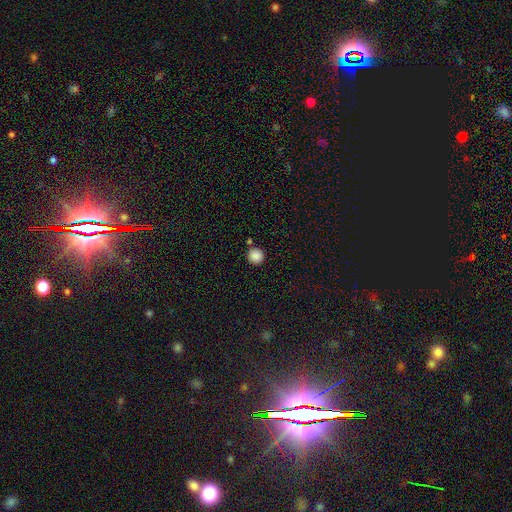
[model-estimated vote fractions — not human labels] This appears to be a smooth galaxy with no disk features (87%) that is round (95%). Merging: none (83%).